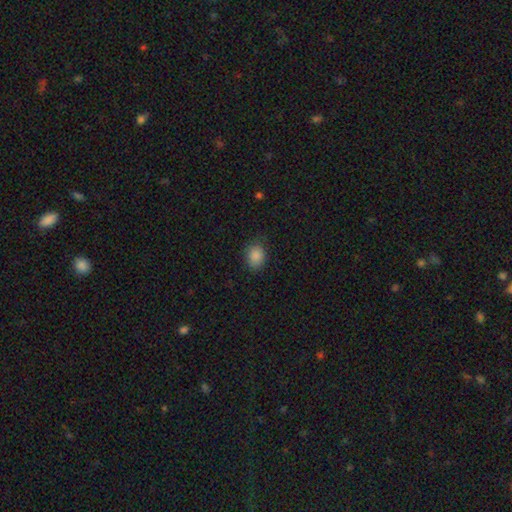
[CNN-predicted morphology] type=smooth (87%); roundness=in between (57%); merging=none (80%).